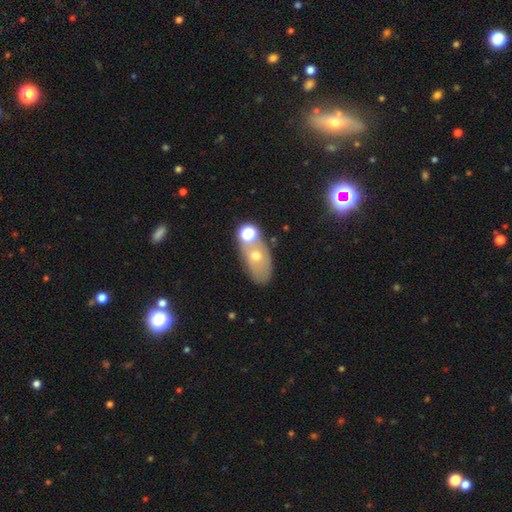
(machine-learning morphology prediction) Smooth or featured? smooth (50%)
How rounded? in between (84%)
Merging? none (55%)